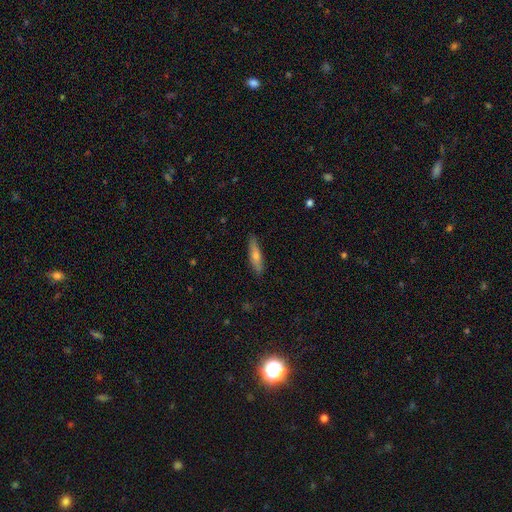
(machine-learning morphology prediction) A smooth galaxy with no disk features (54%) that is cigar-shaped (77%). Merging: none (87%).